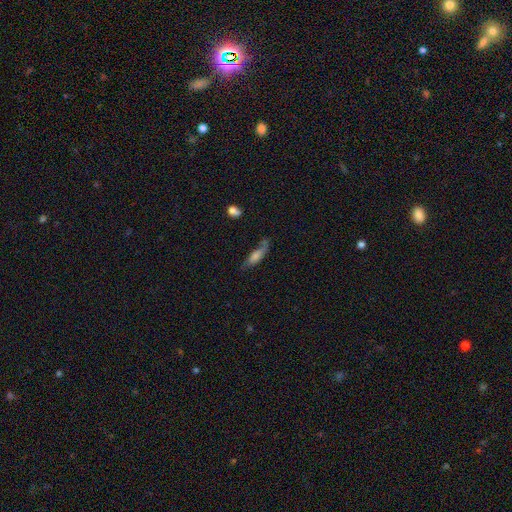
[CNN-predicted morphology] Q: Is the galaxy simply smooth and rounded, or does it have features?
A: smooth — 57%.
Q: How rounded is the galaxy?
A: in between — 52%.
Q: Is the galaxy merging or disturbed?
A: none — 47%.